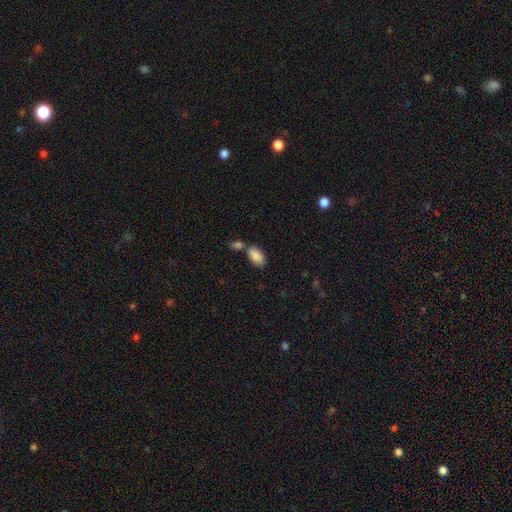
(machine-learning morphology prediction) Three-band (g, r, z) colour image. It shows a smooth galaxy with no disk features (88%) that is in between round and cigar-shaped (94%). Merging: none (52%).